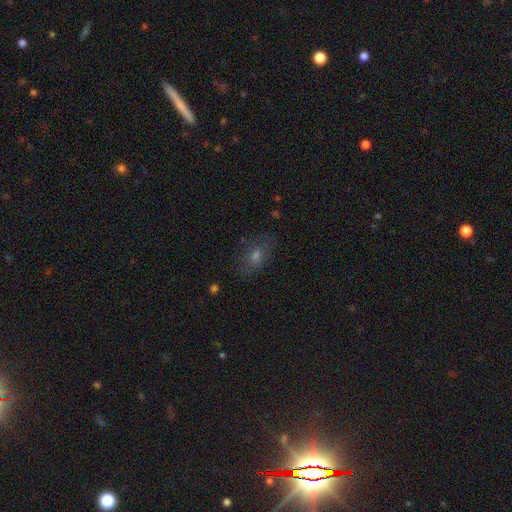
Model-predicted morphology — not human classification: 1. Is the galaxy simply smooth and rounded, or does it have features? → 51% smooth, 25% featured or disk, 24% star or artifact.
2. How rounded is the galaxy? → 70% in between, 26% round, 3% cigar-shaped.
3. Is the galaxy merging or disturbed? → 74% none, 17% minor disturbance, 8% major disturbance, 2% merger.